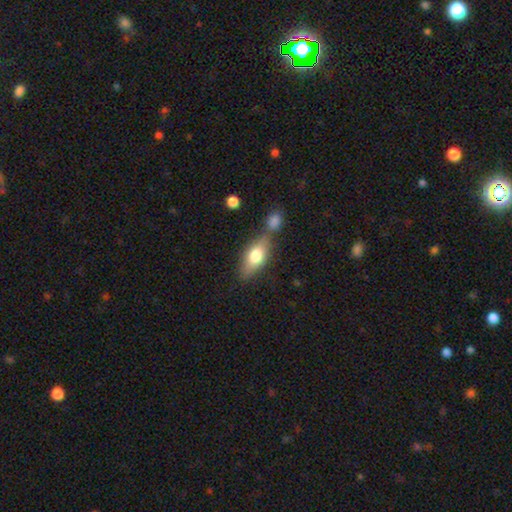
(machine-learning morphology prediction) Q: Smooth or featured?
A: smooth (69%); runner-up: featured or disk (24%)
Q: How rounded?
A: in between (78%); runner-up: cigar-shaped (17%)
Q: Merging?
A: none (57%); runner-up: merger (23%)